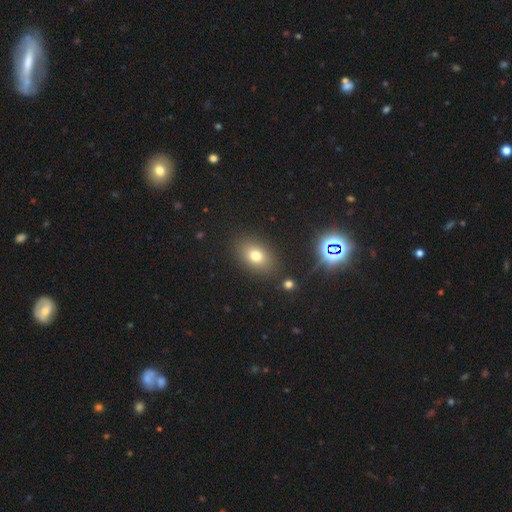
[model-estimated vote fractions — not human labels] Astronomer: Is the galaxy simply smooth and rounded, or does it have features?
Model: smooth — 74%.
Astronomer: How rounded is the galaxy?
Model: in between — 74%.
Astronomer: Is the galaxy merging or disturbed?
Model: none — 85%.